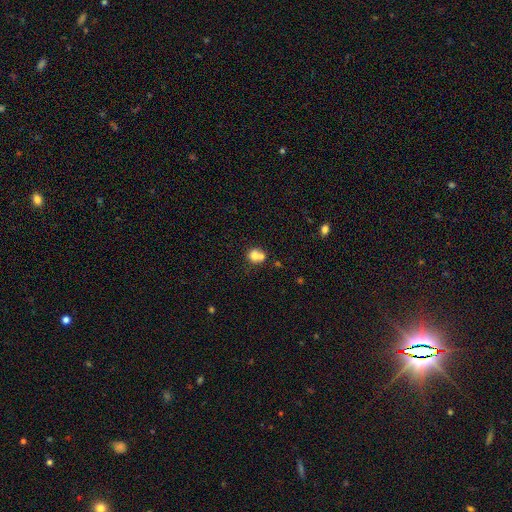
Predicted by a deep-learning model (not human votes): Overall: smooth (73%). How rounded: round (78%). Merging: merger (55%; none 34%).